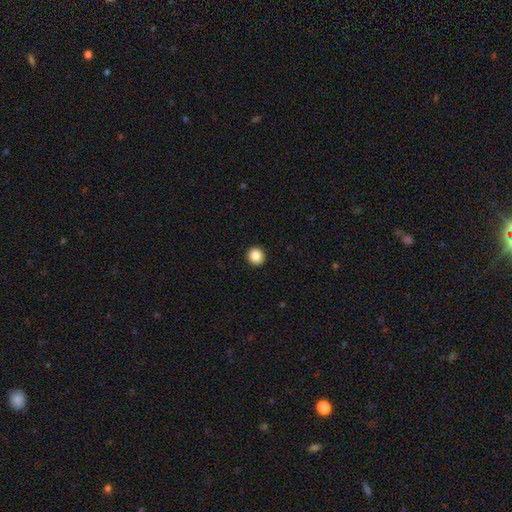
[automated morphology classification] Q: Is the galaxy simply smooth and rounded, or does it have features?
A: smooth — 87%.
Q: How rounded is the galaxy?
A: round — 95%.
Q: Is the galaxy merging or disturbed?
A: none — 94%.